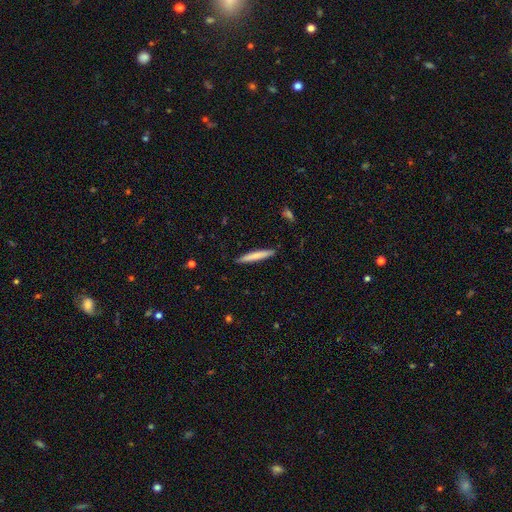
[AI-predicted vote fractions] Smooth or featured?
  - smooth: 73% *
  - featured or disk: 21%
  - star or artifact: 5%
How rounded?
  - cigar-shaped: 95% *
  - in between: 4%
  - round: 1%
Merging?
  - none: 90% *
  - minor disturbance: 7%
  - major disturbance: 1%
  - merger: 1%